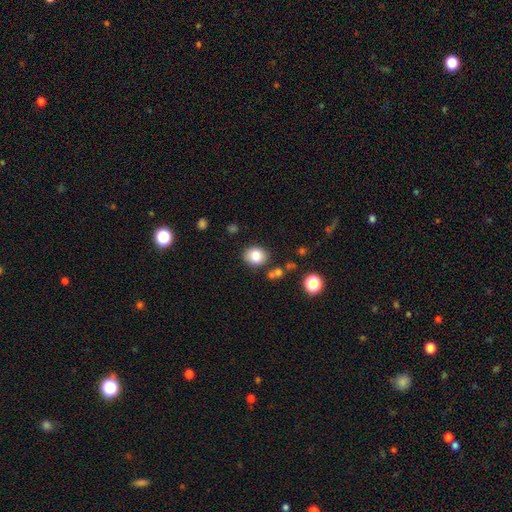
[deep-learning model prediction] smooth 81%, star or artifact 10%, featured or disk 9%. Down the decision tree: how rounded — round (63%); merging — none (81%).